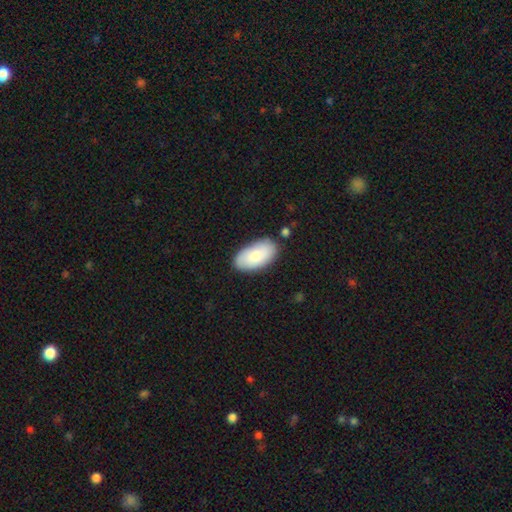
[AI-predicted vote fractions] smooth_or_featured: smooth (p=0.81) [alt: featured or disk p=0.14]
how_rounded: in between (p=0.95) [alt: round p=0.03]
merging: none (p=0.82) [alt: minor disturbance p=0.13]